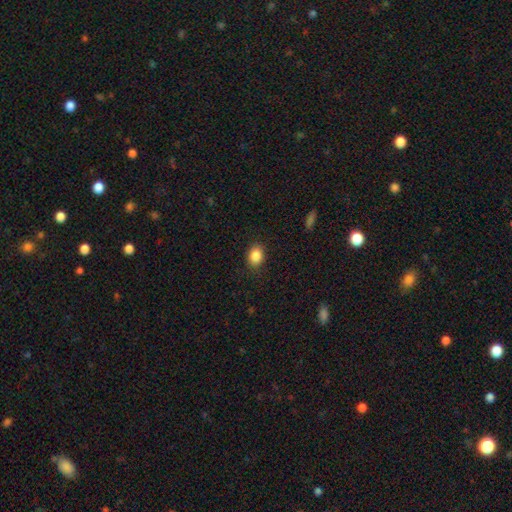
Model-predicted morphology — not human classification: This is clearly a smooth galaxy (87%). How rounded: likely in between (61%). Merging: clearly none (87%).